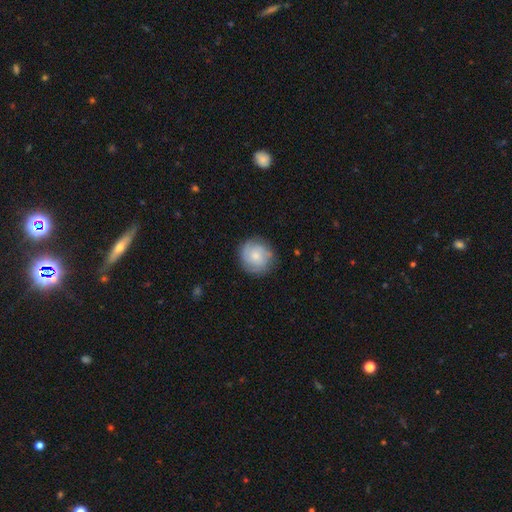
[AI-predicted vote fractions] Smooth or featured? Predicted: smooth (p=0.57). How rounded? Predicted: round (p=0.89). Merging? Predicted: none (p=0.81).